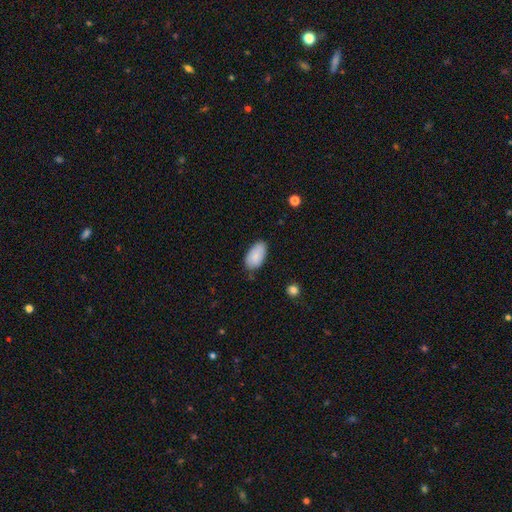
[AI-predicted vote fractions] smooth 86%, featured or disk 8%, star or artifact 6%. Down the decision tree: how rounded — in between (95%); merging — none (73%).